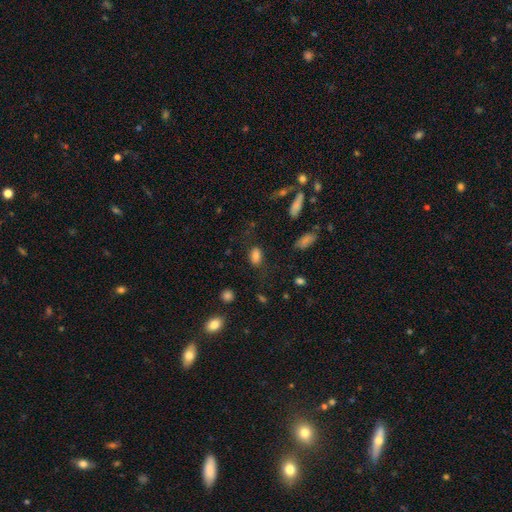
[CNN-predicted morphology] This appears to be a smooth galaxy with no disk features (81%) that is in between round and cigar-shaped (86%). Merging: none (73%).